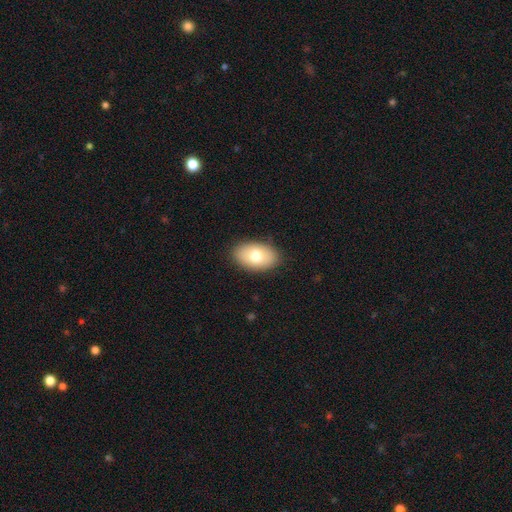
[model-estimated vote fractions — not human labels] This appears to be a smooth galaxy with no disk features (74%) that is in between round and cigar-shaped (91%). Merging: none (87%).